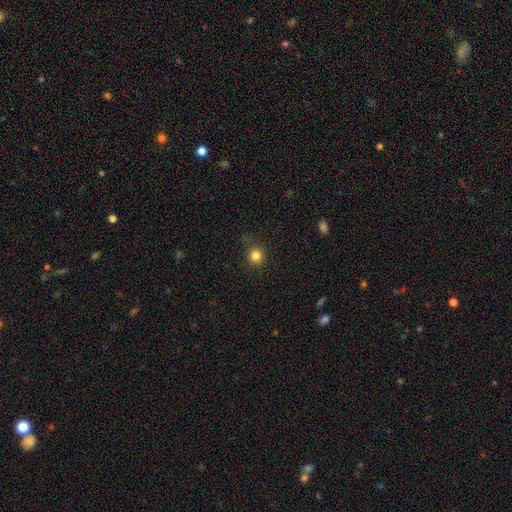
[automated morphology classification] Overall: smooth (82%). How rounded: round (92%). Merging: none (86%).